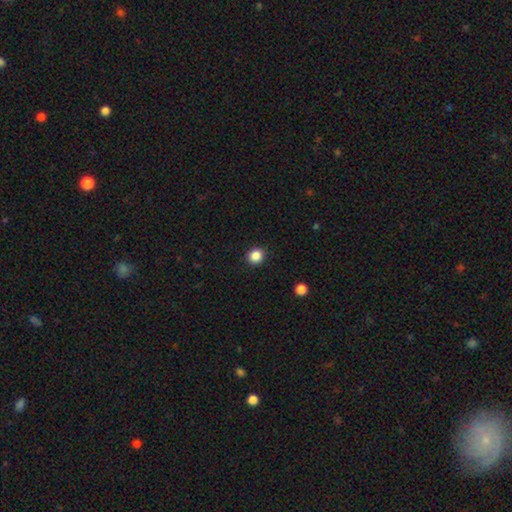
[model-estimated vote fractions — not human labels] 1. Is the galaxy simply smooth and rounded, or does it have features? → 86% smooth, 11% star or artifact, 3% featured or disk.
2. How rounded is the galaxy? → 84% round, 15% in between, 1% cigar-shaped.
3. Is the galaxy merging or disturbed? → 91% none, 6% minor disturbance, 2% major disturbance, 1% merger.